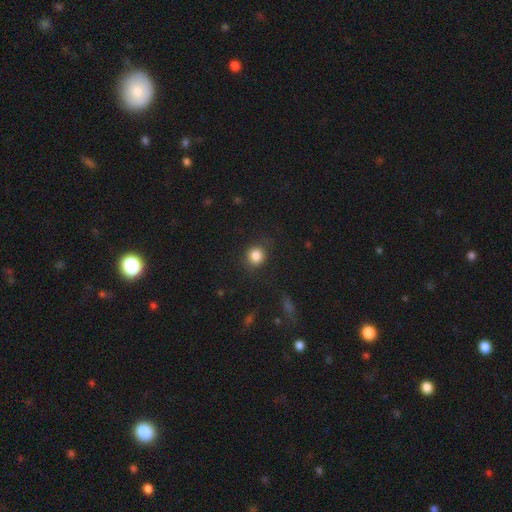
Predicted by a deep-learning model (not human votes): Morphology: type=smooth (85%); roundness=round (87%); merging=none (83%).